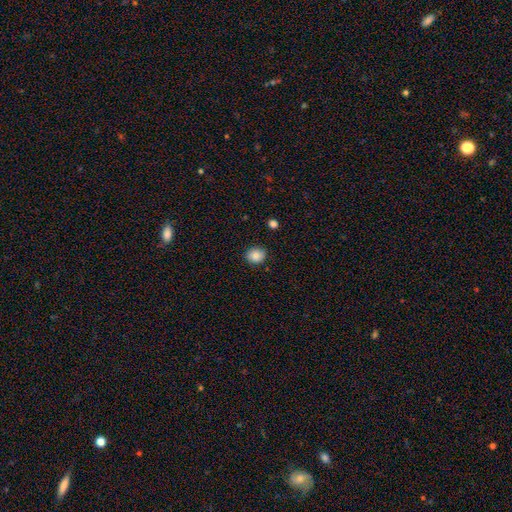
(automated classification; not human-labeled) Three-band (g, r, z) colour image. It shows a smooth galaxy with no disk features (86%) that is round (68%). Merging: none (87%).